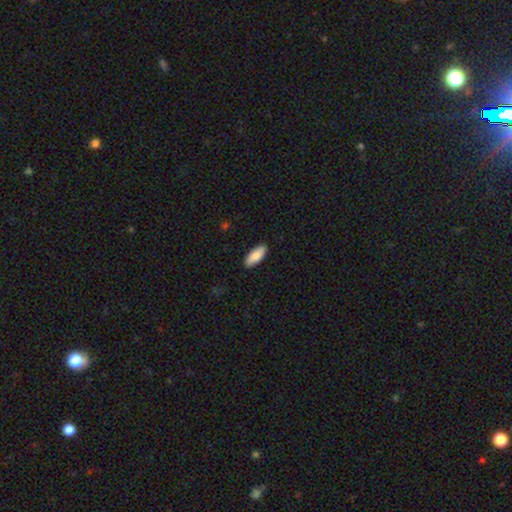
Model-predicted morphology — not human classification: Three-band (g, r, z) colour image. It shows a smooth galaxy with no disk features (85%) that is in between round and cigar-shaped (79%). Merging: none (89%).